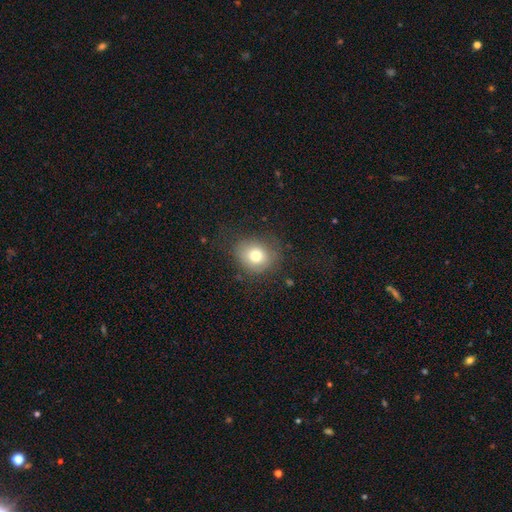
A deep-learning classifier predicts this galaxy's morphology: A smooth galaxy with no disk features (76%) that is round (68%).

Vote fractions:
- Smooth or featured? smooth: 76% / featured or disk: 13% / star or artifact: 11%
- How rounded? round: 68% / in between: 31% / cigar-shaped: 1%
- Merging? none: 72% / minor disturbance: 18% / major disturbance: 8% / merger: 1%